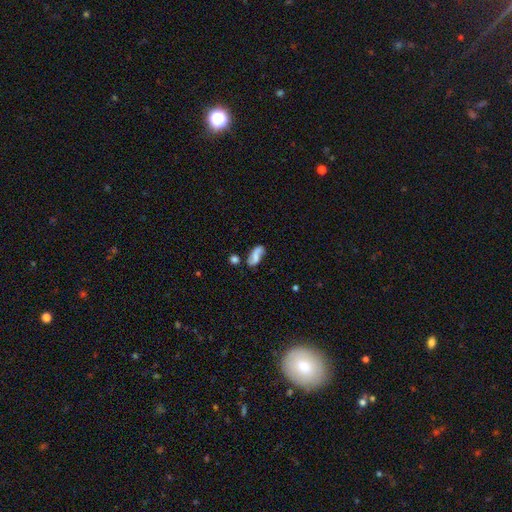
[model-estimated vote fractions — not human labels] Morphology: type=featured or disk (52%); edge-on=no (94%); merging=none (59%).